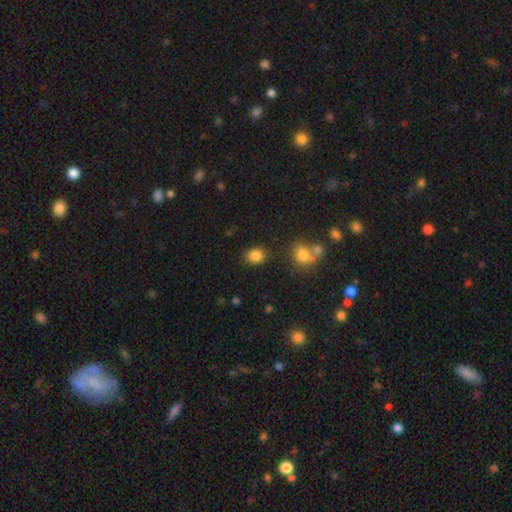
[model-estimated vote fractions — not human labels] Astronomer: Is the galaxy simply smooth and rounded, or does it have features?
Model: smooth — 84%.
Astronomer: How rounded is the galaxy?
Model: round — 52% (runner-up: in between, 47%).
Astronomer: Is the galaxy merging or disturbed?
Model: none — 82%.